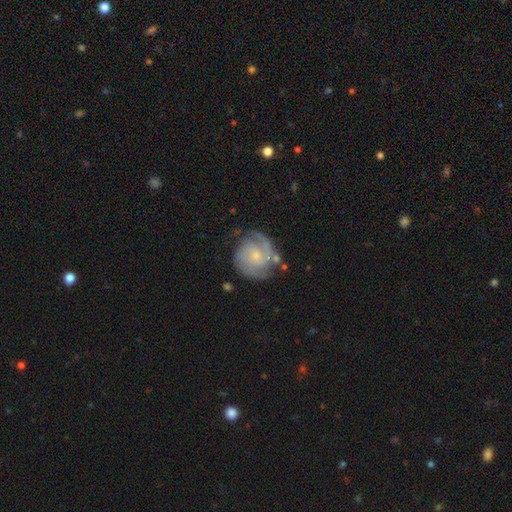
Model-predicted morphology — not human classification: Smooth or featured: featured or disk — 83% (smooth — 11%)
Edge-on disk: no — 98% (yes — 2%)
Bar: no — 68% (weak — 28%)
Spiral arms: yes — 96% (no — 4%)
Spiral winding: tight — 51% (medium — 38%)
Spiral arm count: 2 — 60% (3 — 14%)
Bulge size: small — 73% (moderate — 20%)
Merging: none — 70% (minor disturbance — 18%)